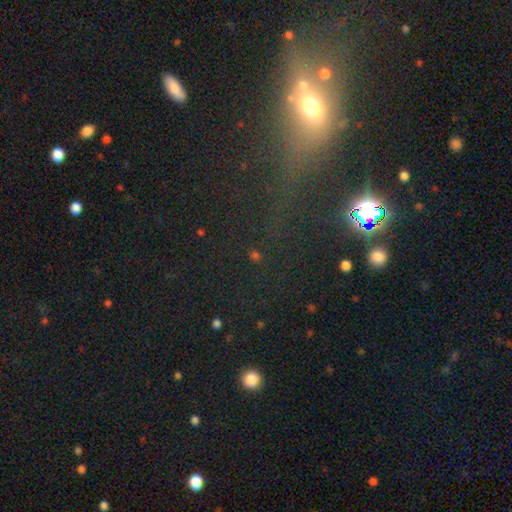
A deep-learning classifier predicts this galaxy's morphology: The model was most divided on "smooth or featured": star or artifact: 68%, smooth: 22%, featured or disk: 9%.